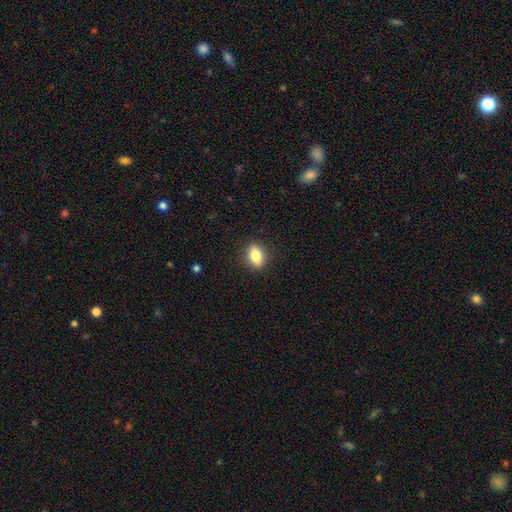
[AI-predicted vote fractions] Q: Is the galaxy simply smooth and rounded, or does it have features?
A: smooth — 81%.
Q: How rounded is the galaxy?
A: in between — 80%.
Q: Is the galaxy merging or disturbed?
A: none — 88%.